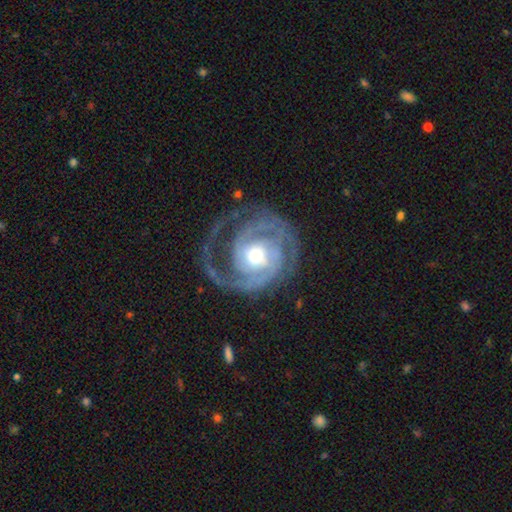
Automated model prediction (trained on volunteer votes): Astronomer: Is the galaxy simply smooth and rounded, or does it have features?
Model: featured or disk — 91%.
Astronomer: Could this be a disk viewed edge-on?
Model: no — 98%.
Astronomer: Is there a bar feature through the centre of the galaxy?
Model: no — 60%.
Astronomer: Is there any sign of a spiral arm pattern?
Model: yes — 97%.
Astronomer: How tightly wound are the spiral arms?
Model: tight — 57% (runner-up: medium, 35%).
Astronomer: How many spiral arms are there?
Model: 2 — 49%.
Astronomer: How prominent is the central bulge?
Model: moderate — 63%.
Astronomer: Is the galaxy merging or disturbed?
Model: none — 67%.